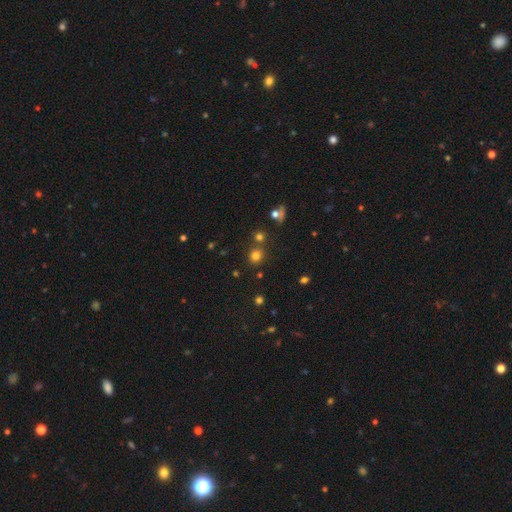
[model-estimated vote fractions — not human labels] Morphology: type=smooth (75%); roundness=round (83%); merging=none (76%).